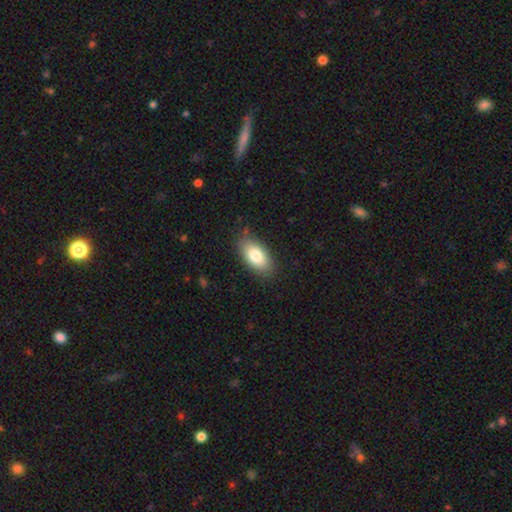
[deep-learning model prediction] Smooth or featured? Predicted: smooth (p=0.81). How rounded? Predicted: in between (p=0.92). Merging? Predicted: none (p=0.84).